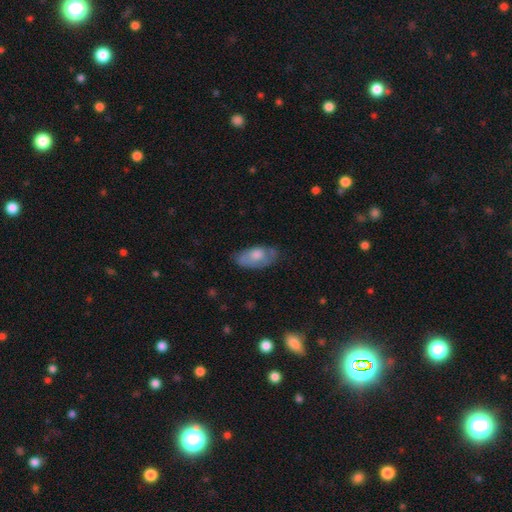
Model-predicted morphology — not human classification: A smooth galaxy with no disk features (67%) that is in between round and cigar-shaped (91%). Merging: none (59%).